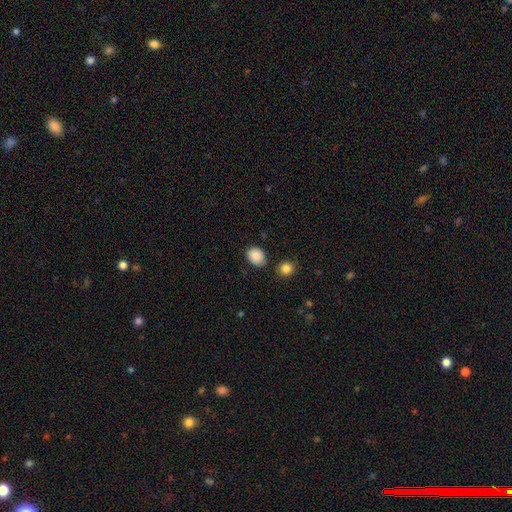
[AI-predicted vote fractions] smooth 88%, star or artifact 8%, featured or disk 3%. Down the decision tree: how rounded — in between (60%); merging — none (77%).